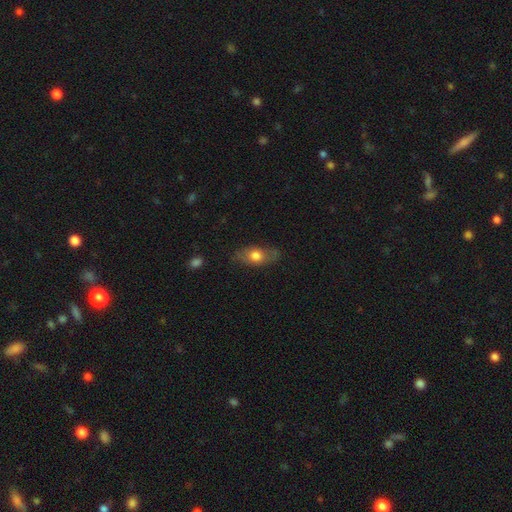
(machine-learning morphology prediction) A smooth galaxy with no disk features (66%) that is in between round and cigar-shaped (81%). Merging: none (74%).